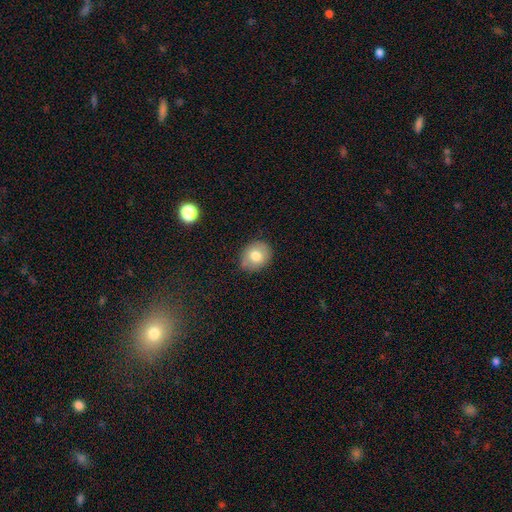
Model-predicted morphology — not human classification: Smooth or featured: smooth — 77% (featured or disk — 15%)
How rounded: round — 62% (in between — 37%)
Merging: none — 80% (minor disturbance — 16%)